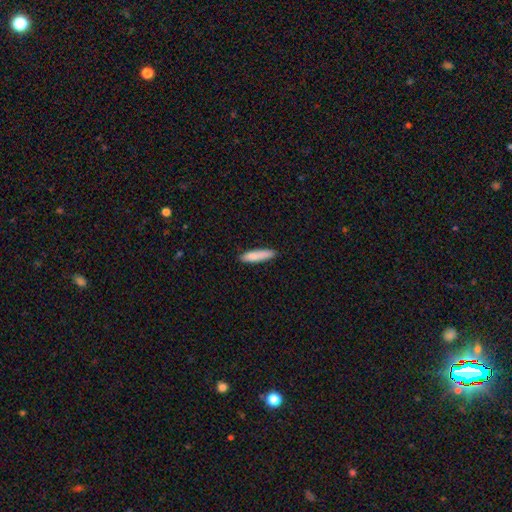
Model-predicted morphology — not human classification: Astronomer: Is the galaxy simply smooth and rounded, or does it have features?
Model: smooth — 84%.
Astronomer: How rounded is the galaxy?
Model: cigar-shaped — 77%.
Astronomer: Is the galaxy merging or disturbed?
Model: none — 84%.